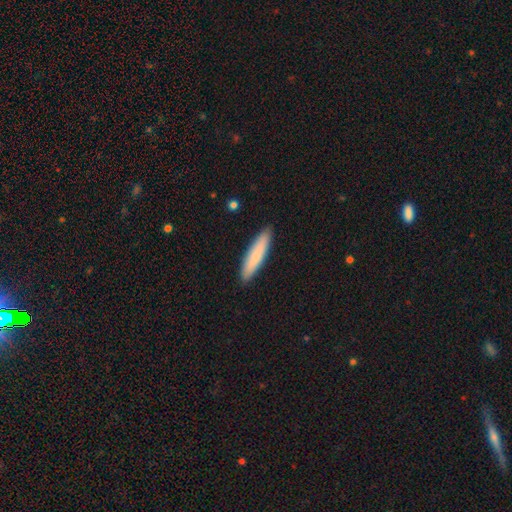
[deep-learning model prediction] smooth 82%, featured or disk 13%, star or artifact 6%. Down the decision tree: how rounded — cigar-shaped (84%); merging — none (91%).